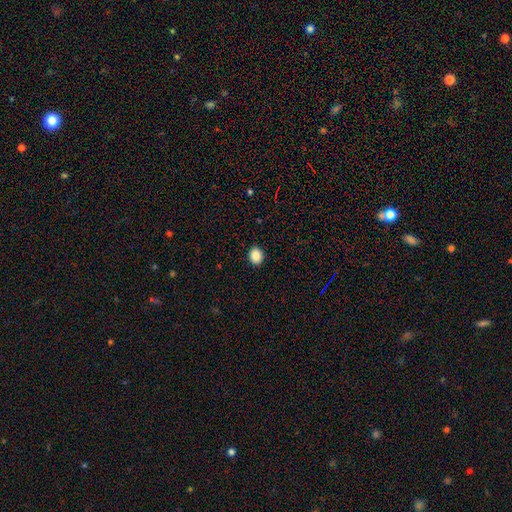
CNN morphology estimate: The model was most divided on "how rounded": round: 60%, in between: 39%, cigar-shaped: 1%. More confident: merging — none (91%); smooth or featured — smooth (87%).